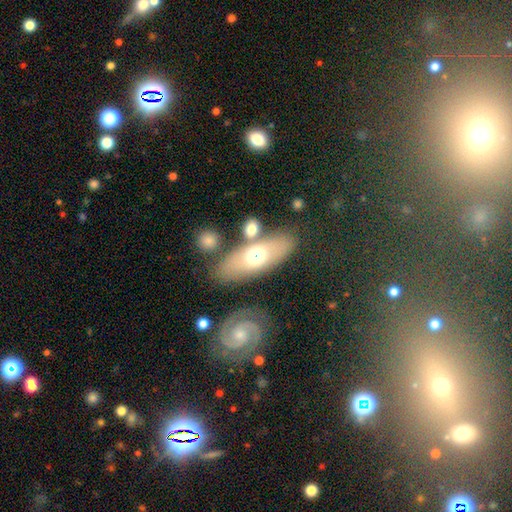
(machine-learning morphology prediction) Smooth or featured?
  - smooth: 53% *
  - featured or disk: 38%
  - star or artifact: 9%
How rounded?
  - in between: 75% *
  - cigar-shaped: 18%
  - round: 7%
Merging?
  - none: 68% *
  - merger: 13%
  - minor disturbance: 13%
  - major disturbance: 6%